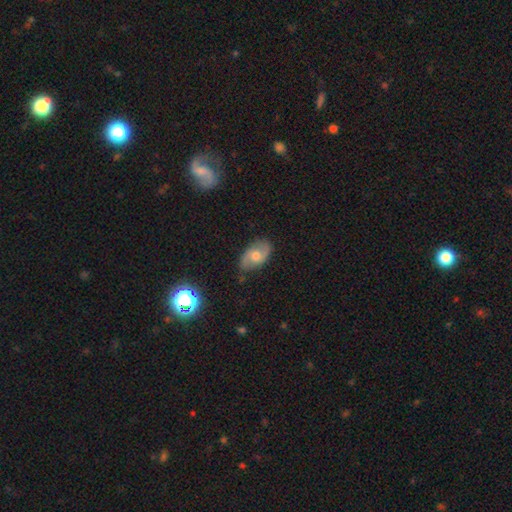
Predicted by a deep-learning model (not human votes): The model was most divided on "smooth or featured": featured or disk: 49%, smooth: 42%, star or artifact: 8%. More confident: merging — none (73%).